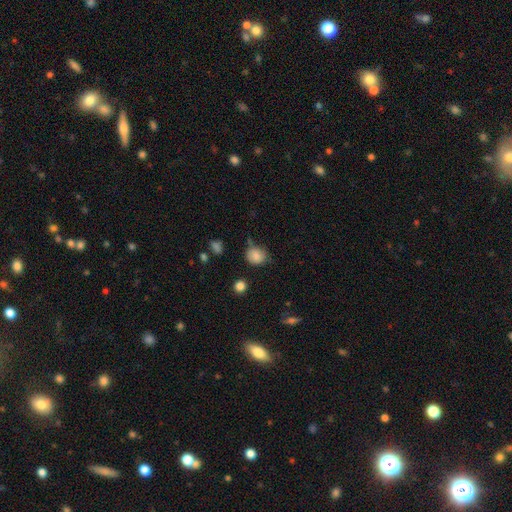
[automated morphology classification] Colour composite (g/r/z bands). It shows a smooth galaxy with no disk features (83%) that is round (72%). Merging: none (64%).